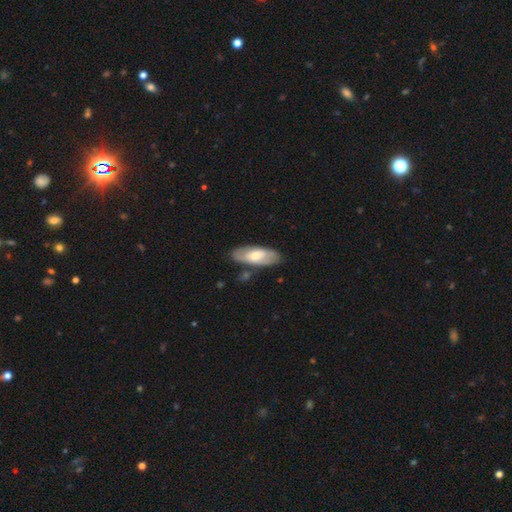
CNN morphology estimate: Smooth or featured? smooth (52%)
How rounded? in between (76%)
Merging? none (77%)